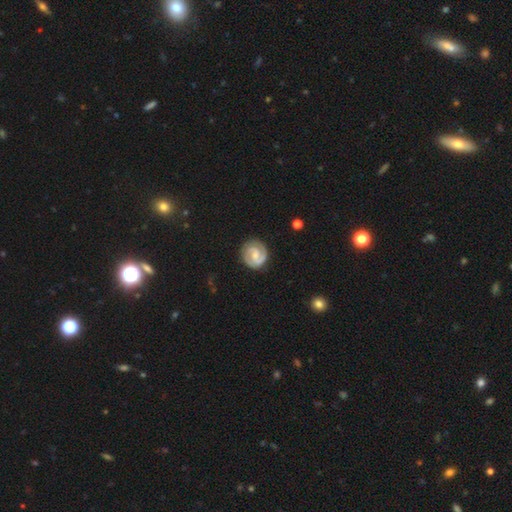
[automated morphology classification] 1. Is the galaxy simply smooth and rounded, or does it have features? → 78% featured or disk, 17% smooth, 5% star or artifact.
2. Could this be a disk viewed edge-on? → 98% no, 2% yes.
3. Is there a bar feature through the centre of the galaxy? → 55% weak, 30% no, 15% strong.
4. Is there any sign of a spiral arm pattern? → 95% yes, 5% no.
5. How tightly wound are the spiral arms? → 54% tight, 37% medium, 9% loose.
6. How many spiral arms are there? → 81% 2, 7% can't tell, 6% 1, 3% 3, 1% 4, 1% more than 4.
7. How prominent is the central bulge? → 52% small, 35% moderate, 10% none, 2% large, 1% dominant.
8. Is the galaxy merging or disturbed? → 81% none, 13% minor disturbance, 4% major disturbance, 1% merger.